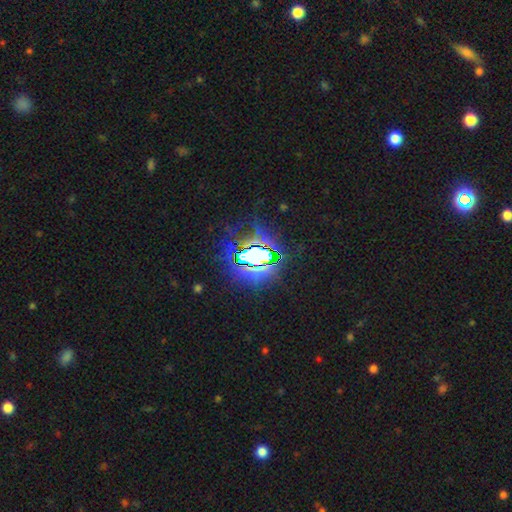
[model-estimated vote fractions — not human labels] A star or artifact, not a galaxy (75%).